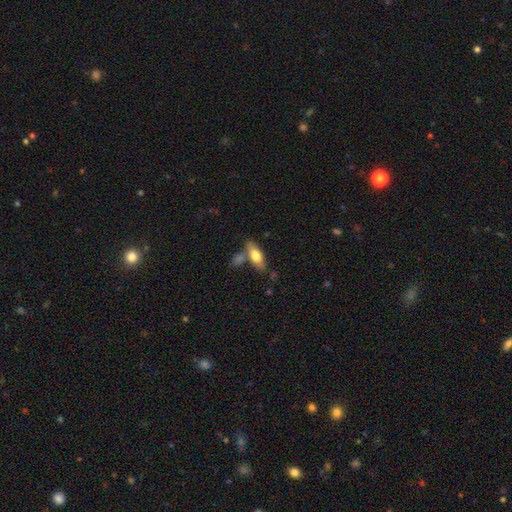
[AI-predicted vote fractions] Smooth or featured: smooth — 72% (featured or disk — 22%)
How rounded: in between — 69% (cigar-shaped — 28%)
Merging: none — 65% (merger — 18%)